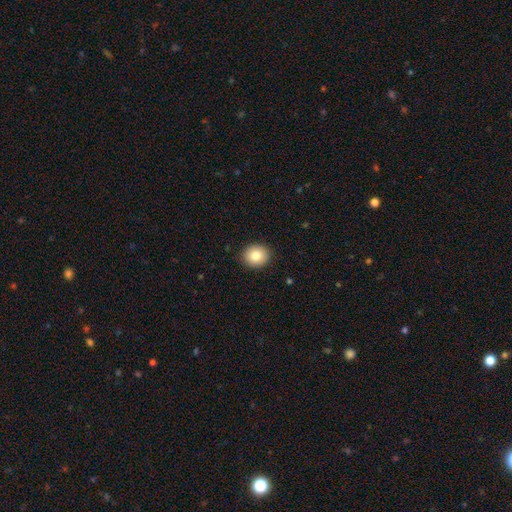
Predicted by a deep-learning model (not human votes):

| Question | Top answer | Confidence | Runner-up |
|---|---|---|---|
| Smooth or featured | smooth | 82% | featured or disk (9%) |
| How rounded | round | 73% | in between (26%) |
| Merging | none | 90% | minor disturbance (7%) |